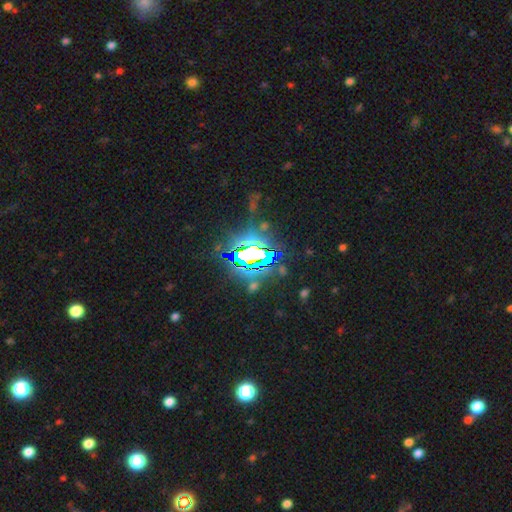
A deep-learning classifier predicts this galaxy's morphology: A star or artifact, not a galaxy (79%).

Vote fractions:
- Smooth or featured? star or artifact: 79% / smooth: 12% / featured or disk: 10%